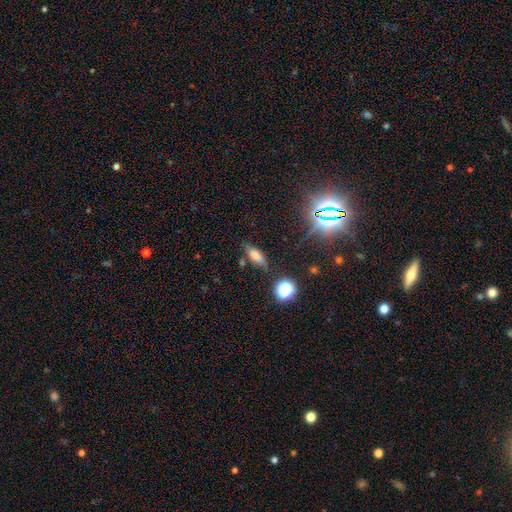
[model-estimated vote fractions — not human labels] smooth 68%, star or artifact 18%, featured or disk 15%. Down the decision tree: how rounded — in between (64%); merging — none (72%).